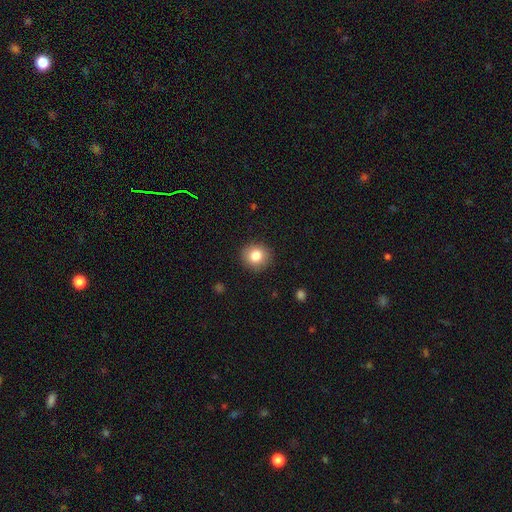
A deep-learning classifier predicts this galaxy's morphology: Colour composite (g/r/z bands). It shows a smooth galaxy with no disk features (82%) that is round (87%). Merging: none (90%).